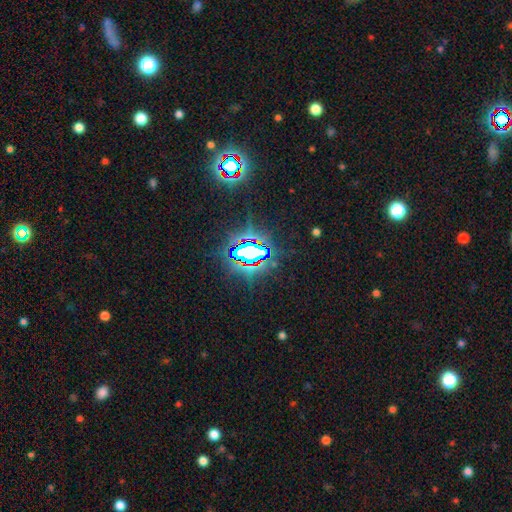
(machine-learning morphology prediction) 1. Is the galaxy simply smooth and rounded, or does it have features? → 84% star or artifact, 9% smooth, 7% featured or disk.